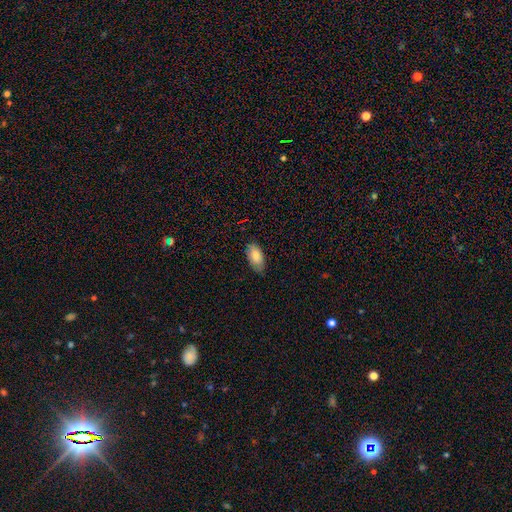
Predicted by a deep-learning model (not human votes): Overall: smooth (83%). How rounded: in between (93%). Merging: none (78%).